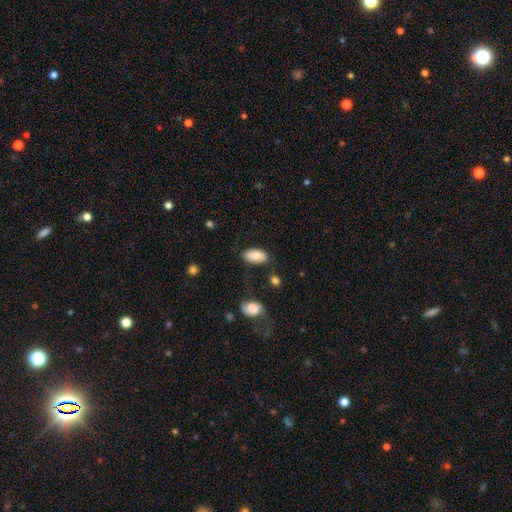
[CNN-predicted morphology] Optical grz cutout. It shows a smooth galaxy with no disk features (80%) that is in between round and cigar-shaped (93%). Merging: none (73%).